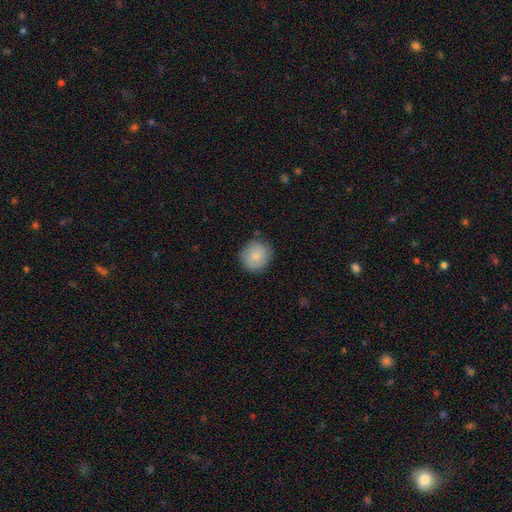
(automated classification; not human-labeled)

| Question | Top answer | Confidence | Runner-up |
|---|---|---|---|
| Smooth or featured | smooth | 84% | featured or disk (9%) |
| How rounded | round | 88% | in between (11%) |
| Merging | none | 83% | minor disturbance (13%) |